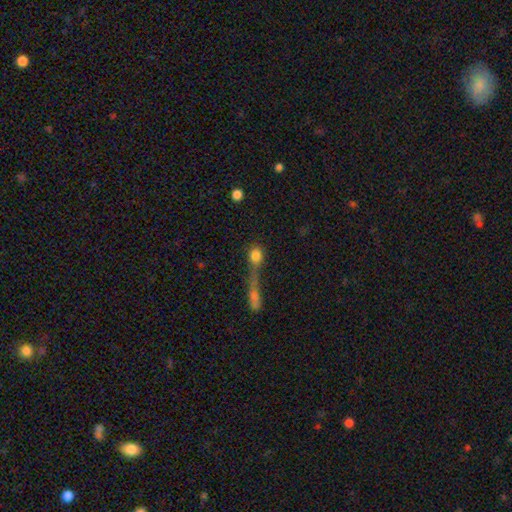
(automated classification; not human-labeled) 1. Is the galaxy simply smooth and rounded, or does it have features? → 75% smooth, 13% star or artifact, 11% featured or disk.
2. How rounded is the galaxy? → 65% round, 26% in between, 9% cigar-shaped.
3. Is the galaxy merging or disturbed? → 47% merger, 32% none, 11% major disturbance, 10% minor disturbance.